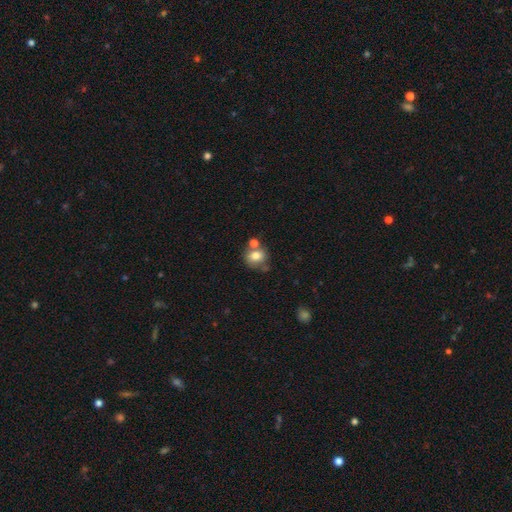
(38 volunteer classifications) This is likely a smooth galaxy (71%). How rounded: likely round (74%). Merging: marginally none (43%).